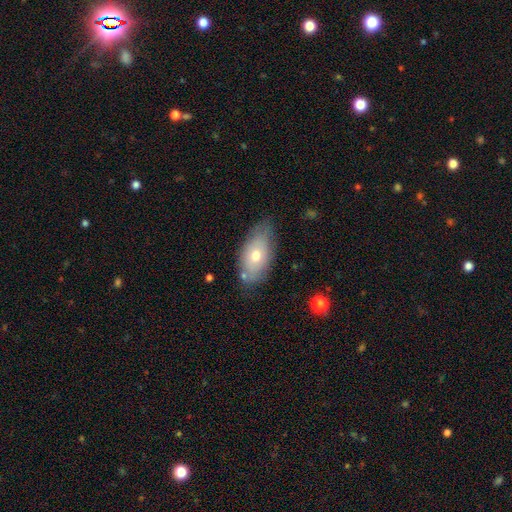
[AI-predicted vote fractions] smooth_or_featured: smooth (p=0.64) [alt: featured or disk p=0.28]
how_rounded: in between (p=0.91) [alt: round p=0.06]
merging: none (p=0.69) [alt: minor disturbance p=0.22]